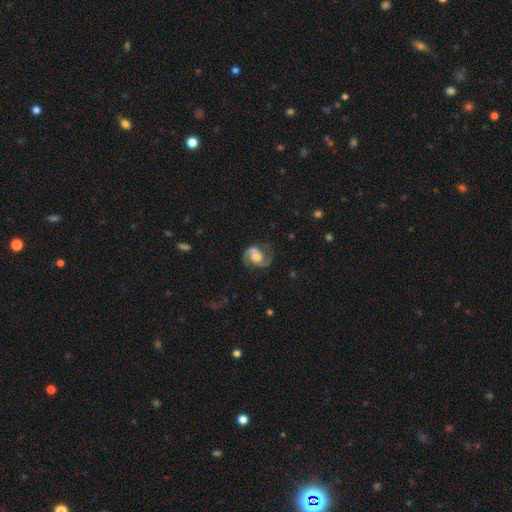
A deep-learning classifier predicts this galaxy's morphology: The model was most divided on "bar": no: 57%, weak: 34%, strong: 9%. More confident: edge-on disk — no (98%); spiral arms — yes (96%); spiral arm count — 2 (91%); smooth or featured — featured or disk (86%); merging — none (70%); spiral winding — medium (56%); bulge size — moderate (55%).